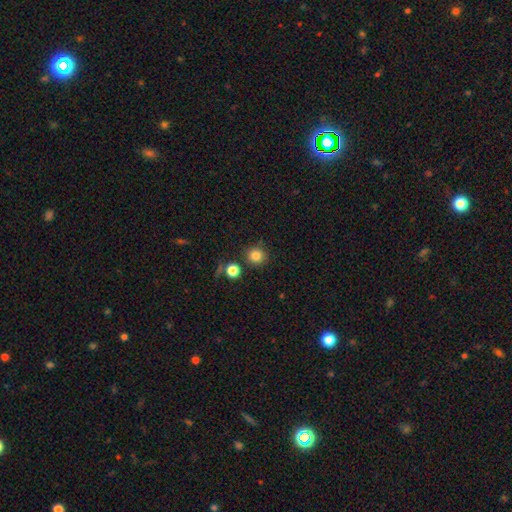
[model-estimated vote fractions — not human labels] The model was most divided on "smooth or featured": smooth: 83%, star or artifact: 12%, featured or disk: 5%. More confident: how rounded — round (92%); merging — none (84%).